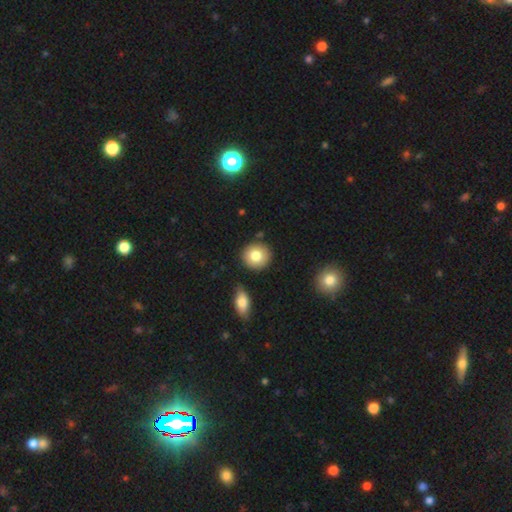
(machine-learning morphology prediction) A smooth galaxy with no disk features (81%) that is round (88%). Merging: none (85%).